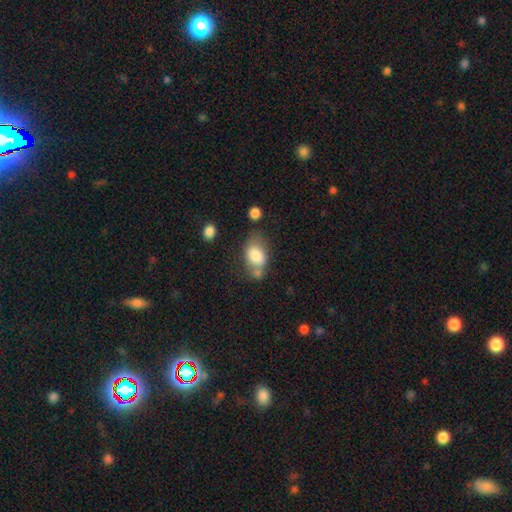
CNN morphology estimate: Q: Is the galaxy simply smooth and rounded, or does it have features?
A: smooth — 79%.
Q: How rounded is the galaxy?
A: in between — 81%.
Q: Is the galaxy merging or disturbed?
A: none — 39%.